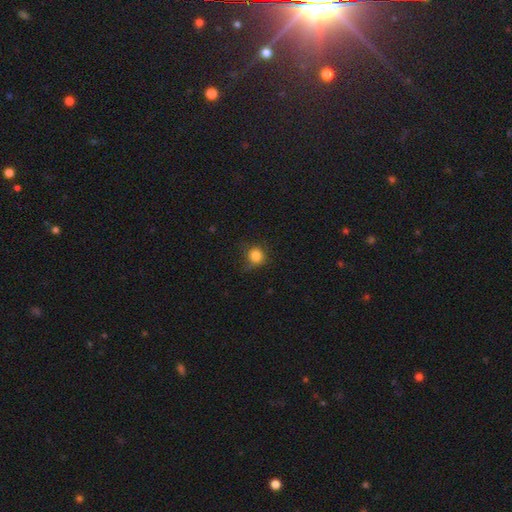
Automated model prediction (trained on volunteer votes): Smooth or featured: smooth — 83% (star or artifact — 12%)
How rounded: round — 85% (in between — 14%)
Merging: none — 68% (minor disturbance — 23%)